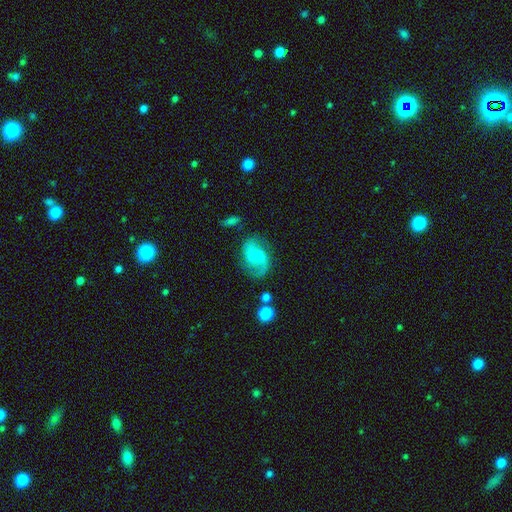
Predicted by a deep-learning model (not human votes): Smooth or featured?
  - featured or disk: 74% *
  - smooth: 19%
  - star or artifact: 7%
Edge-on disk?
  - no: 97% *
  - yes: 3%
Bar?
  - weak: 45% * (tied)
  - no: 45% * (tied)
  - strong: 10%
Spiral arms?
  - yes: 94% *
  - no: 6%
Spiral winding?
  - loose: 49% *
  - medium: 41%
  - tight: 10%
Spiral arm count?
  - 2: 87% *
  - 1: 6%
  - can't tell: 4%
  - 3: 1%
  - 4: 1%
  - more than 4: 1%
Bulge size?
  - small: 55% *
  - moderate: 28%
  - none: 13%
  - large: 3%
  - dominant: 1%
Merging?
  - none: 69% *
  - minor disturbance: 19%
  - major disturbance: 9%
  - merger: 3%